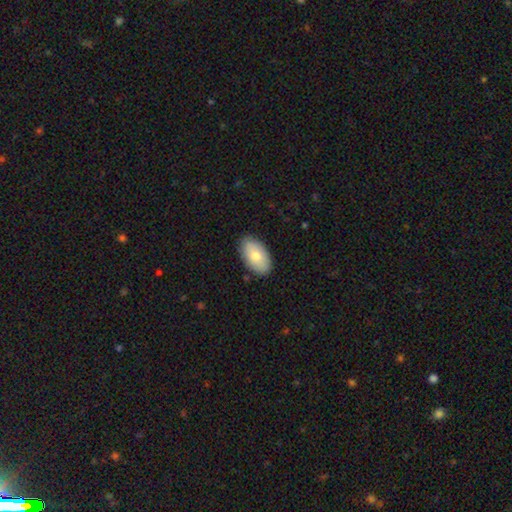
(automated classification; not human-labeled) Overall: smooth (77%). How rounded: in between (94%). Merging: none (86%).